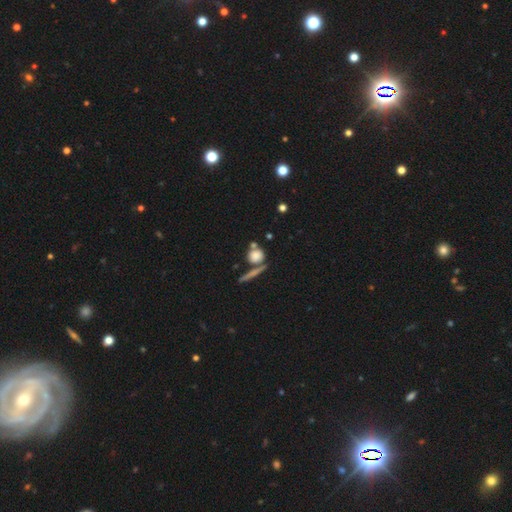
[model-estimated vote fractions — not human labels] Smooth or featured: smooth — 75% (featured or disk — 15%)
How rounded: round — 83% (in between — 11%)
Merging: none — 62% (merger — 23%)